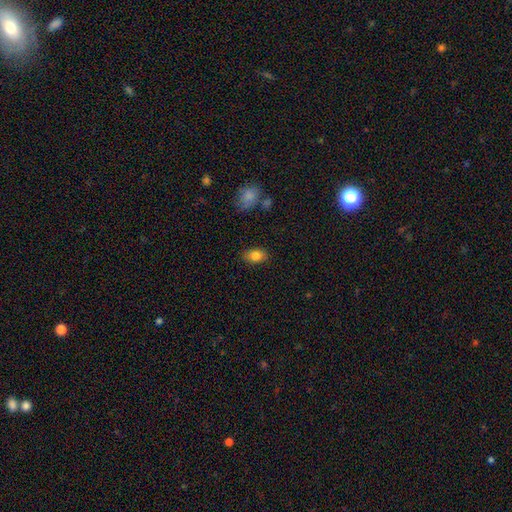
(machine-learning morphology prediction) Smooth or featured? Predicted: smooth (p=0.82). How rounded? Predicted: in between (p=0.84). Merging? Predicted: none (p=0.85).